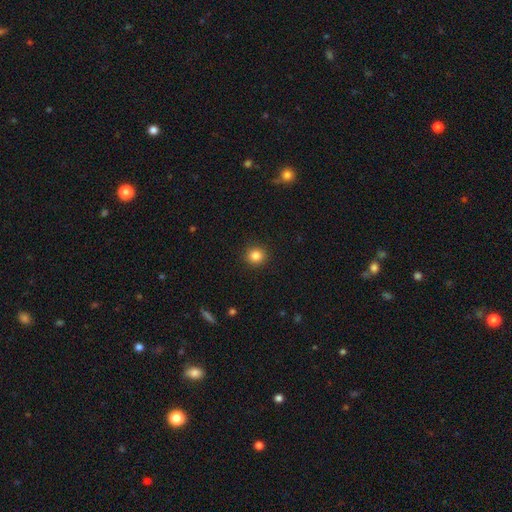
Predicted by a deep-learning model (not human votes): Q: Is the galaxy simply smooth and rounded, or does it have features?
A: smooth — 85%.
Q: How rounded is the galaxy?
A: round — 91%.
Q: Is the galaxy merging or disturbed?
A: none — 92%.